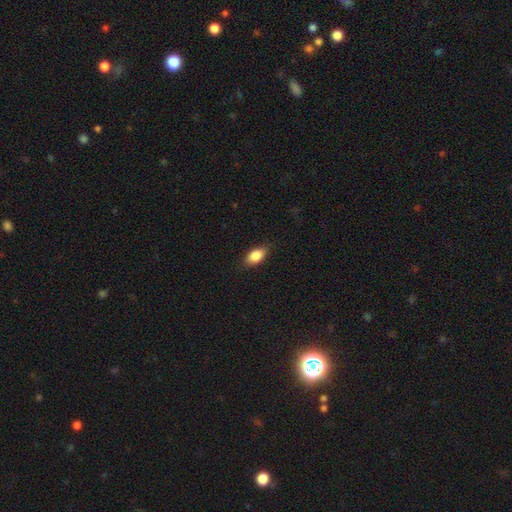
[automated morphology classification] Smooth or featured? Predicted: smooth (p=0.85). How rounded? Predicted: in between (p=0.89). Merging? Predicted: none (p=0.83).